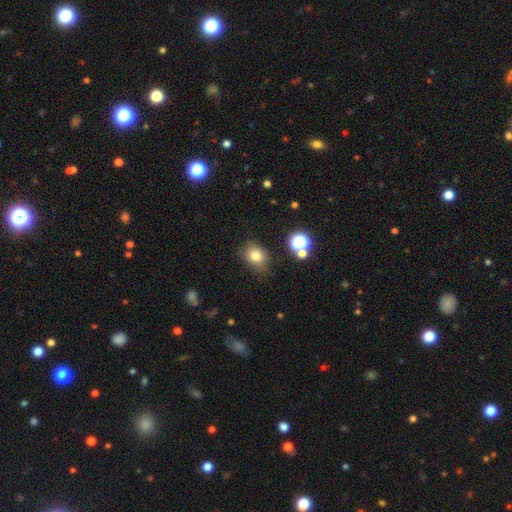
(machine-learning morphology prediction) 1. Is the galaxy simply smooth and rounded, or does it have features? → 77% smooth, 13% star or artifact, 10% featured or disk.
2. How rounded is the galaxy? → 58% in between, 41% round, 1% cigar-shaped.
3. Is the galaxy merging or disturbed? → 74% none, 18% minor disturbance, 5% major disturbance, 3% merger.